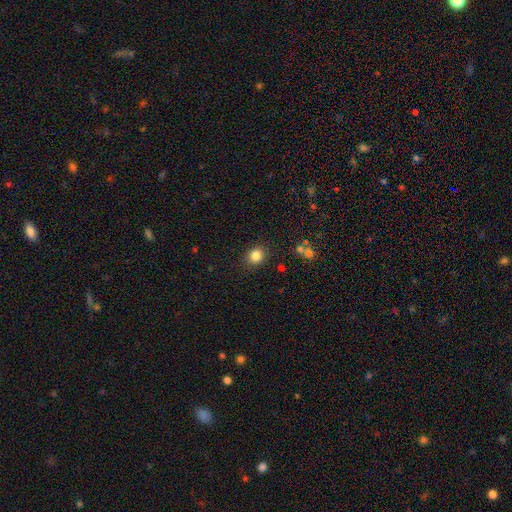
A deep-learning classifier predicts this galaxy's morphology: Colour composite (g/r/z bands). It shows a smooth galaxy with no disk features (84%) that is round (70%). Merging: none (86%).